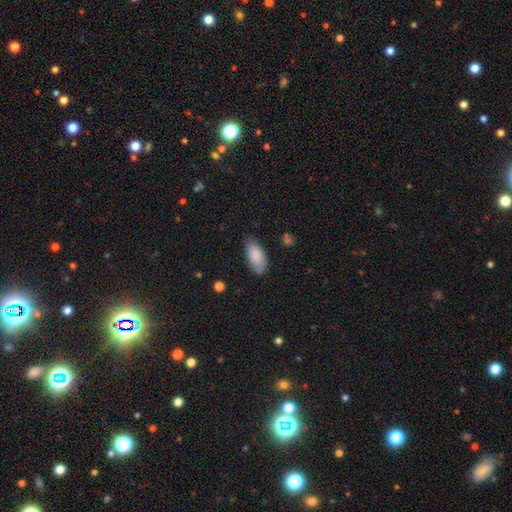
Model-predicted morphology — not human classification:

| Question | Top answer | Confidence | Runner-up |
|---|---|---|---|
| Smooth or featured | smooth | 86% | featured or disk (8%) |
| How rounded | in between | 92% | cigar-shaped (6%) |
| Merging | none | 72% | minor disturbance (22%) |